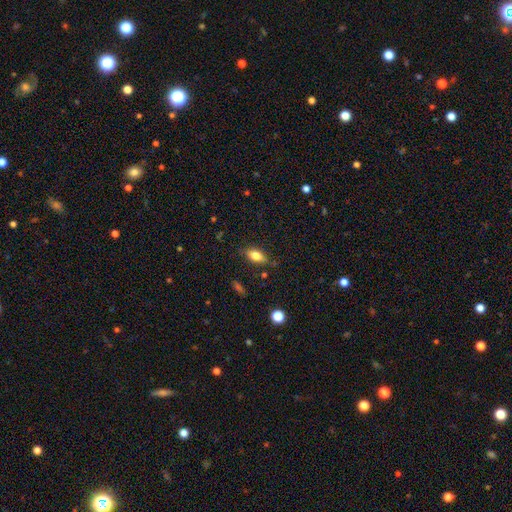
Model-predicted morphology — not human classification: A smooth galaxy with no disk features (74%) that is in between round and cigar-shaped (83%).

Vote fractions:
- Smooth or featured? smooth: 74% / featured or disk: 17% / star or artifact: 8%
- How rounded? in between: 83% / cigar-shaped: 12% / round: 5%
- Merging? none: 78% / minor disturbance: 16% / major disturbance: 4% / merger: 2%